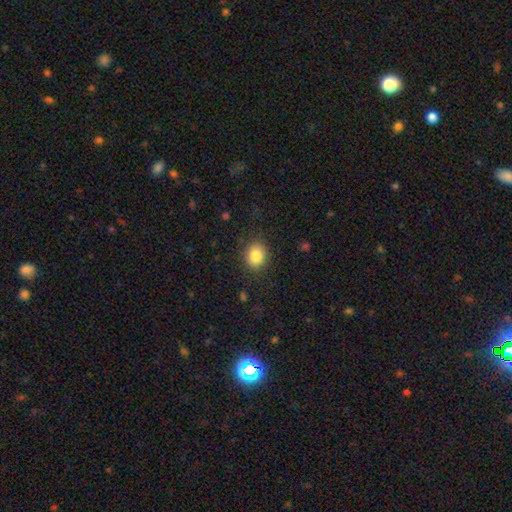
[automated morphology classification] This is clearly a smooth galaxy (84%). How rounded: likely round (67%). Merging: clearly none (86%).